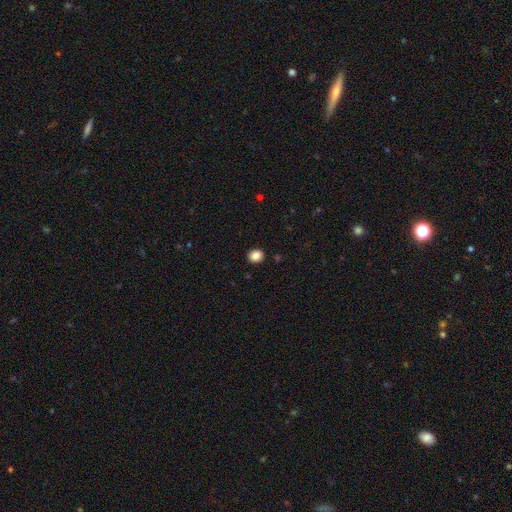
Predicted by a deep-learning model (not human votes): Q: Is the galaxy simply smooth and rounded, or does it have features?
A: smooth — 87%.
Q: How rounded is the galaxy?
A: round — 72%.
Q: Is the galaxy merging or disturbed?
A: none — 91%.